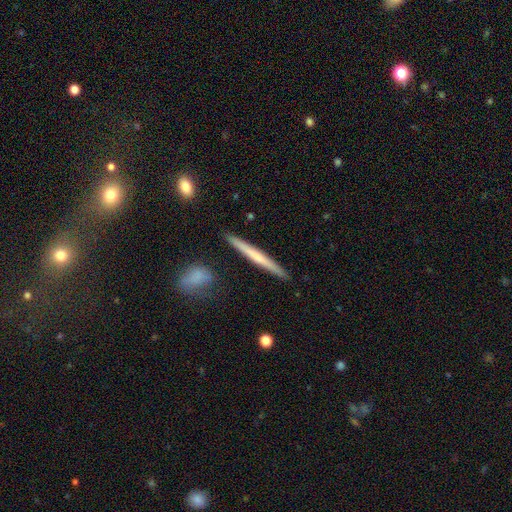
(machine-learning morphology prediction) A smooth galaxy with no disk features (50%). Merging: none (89%).